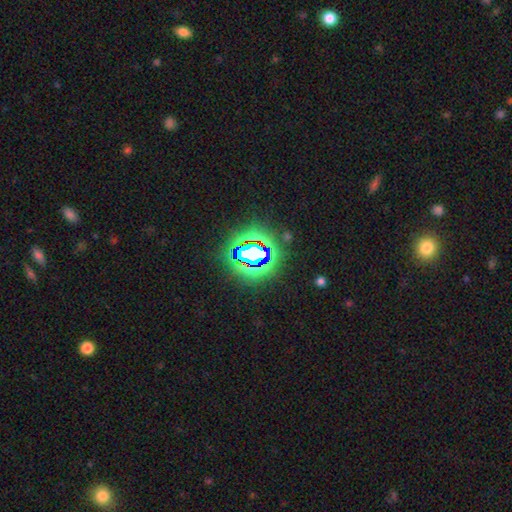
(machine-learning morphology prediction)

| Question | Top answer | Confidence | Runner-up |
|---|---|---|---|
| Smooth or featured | star or artifact | 81% | smooth (12%) |